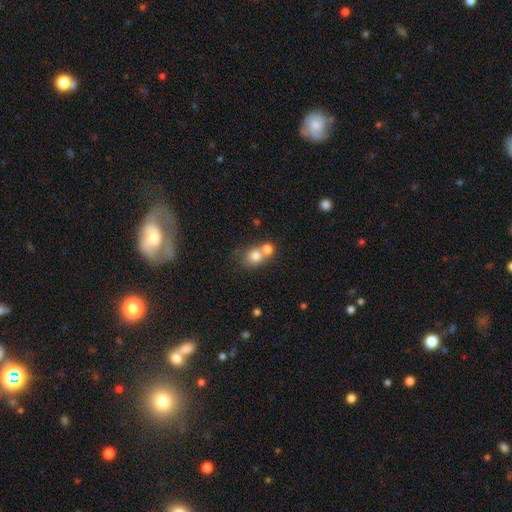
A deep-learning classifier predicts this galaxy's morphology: type=smooth (77%); roundness=round (71%); merging=merger (48%).